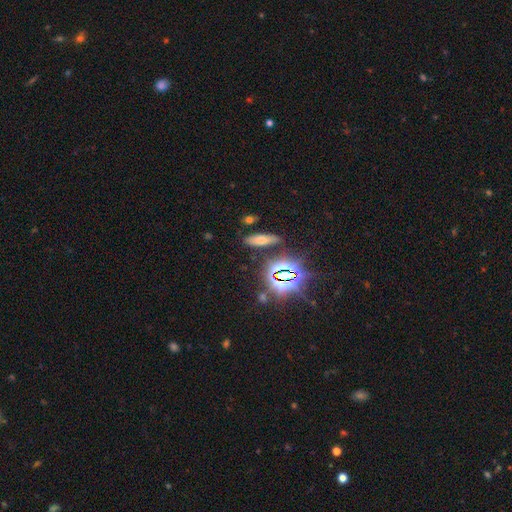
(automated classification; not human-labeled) star or artifact 61%, smooth 20%, featured or disk 19%.